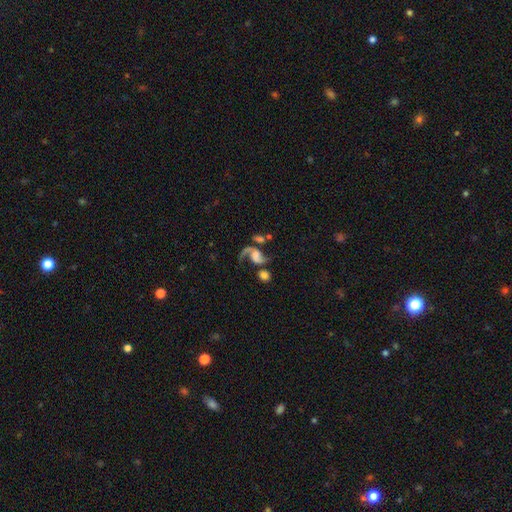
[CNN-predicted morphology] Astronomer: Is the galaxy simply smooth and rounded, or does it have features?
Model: featured or disk — 84%.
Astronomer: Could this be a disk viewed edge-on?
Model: no — 97%.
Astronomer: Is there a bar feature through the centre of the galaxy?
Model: no — 59%.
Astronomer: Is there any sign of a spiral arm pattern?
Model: yes — 95%.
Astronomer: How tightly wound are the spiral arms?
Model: loose — 72%.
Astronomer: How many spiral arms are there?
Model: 2 — 84%.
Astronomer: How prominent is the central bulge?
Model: moderate — 34% (runner-up: small, 28%).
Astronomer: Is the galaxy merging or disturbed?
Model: none — 46%.